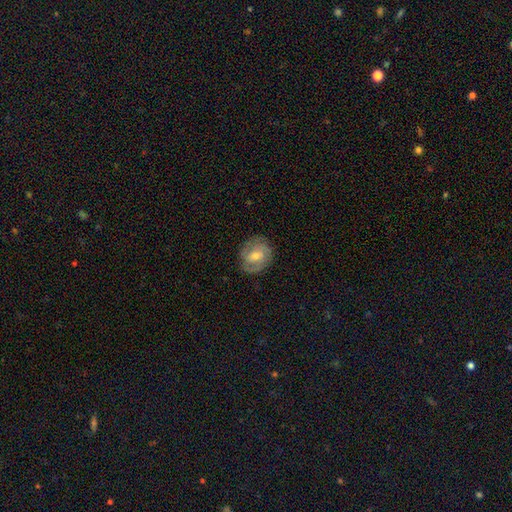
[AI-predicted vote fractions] A featured or disk galaxy (66%) with a weak bar (46%), 2 (55%) tight (48%) spiral arms (87%) and a moderate central bulge (51%). Merging: none (78%).